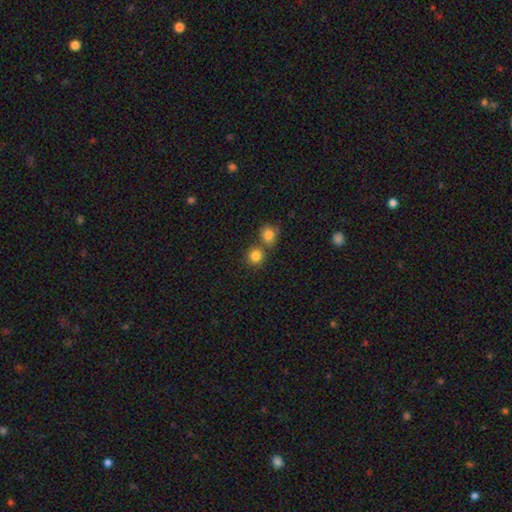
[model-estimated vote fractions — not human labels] Smooth or featured? smooth (83%)
How rounded? round (88%)
Merging? none (61%)